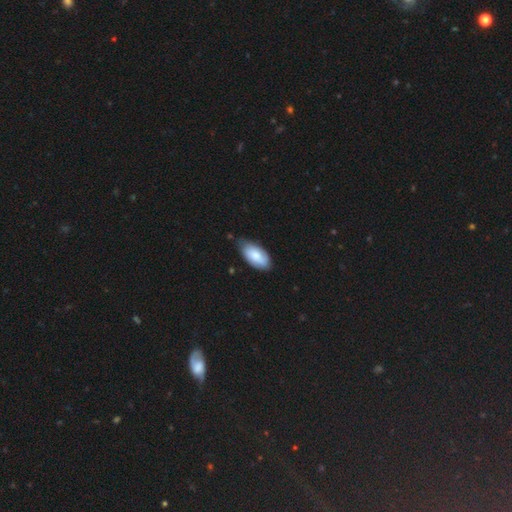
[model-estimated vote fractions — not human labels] Smooth or featured? Predicted: smooth (p=0.76). How rounded? Predicted: in between (p=0.94). Merging? Predicted: none (p=0.66).